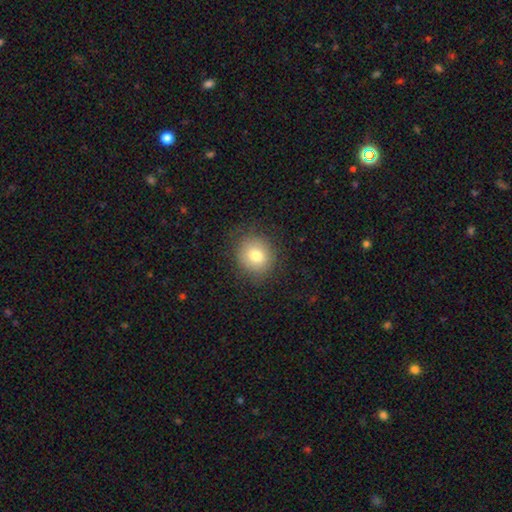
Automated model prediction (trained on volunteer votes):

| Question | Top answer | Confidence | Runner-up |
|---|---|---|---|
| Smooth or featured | smooth | 78% | featured or disk (12%) |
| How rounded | round | 78% | in between (21%) |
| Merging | none | 84% | minor disturbance (11%) |